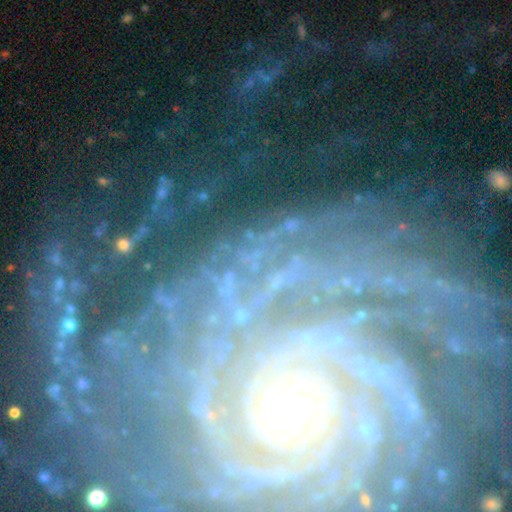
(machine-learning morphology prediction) Smooth or featured?
  - star or artifact: 48% *
  - featured or disk: 39%
  - smooth: 14%